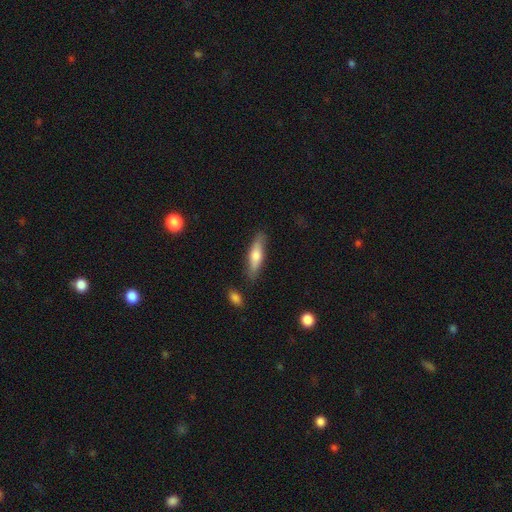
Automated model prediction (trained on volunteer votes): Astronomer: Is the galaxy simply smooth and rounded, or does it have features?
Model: smooth — 63%.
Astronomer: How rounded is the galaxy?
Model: cigar-shaped — 68%.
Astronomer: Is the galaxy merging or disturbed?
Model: none — 82%.